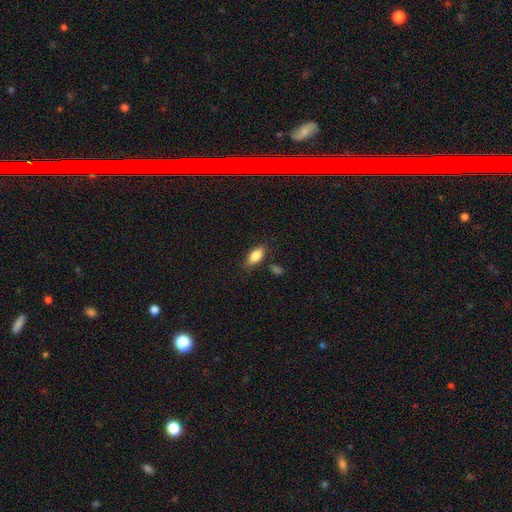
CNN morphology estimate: This appears to be a smooth galaxy with no disk features (83%) that is in between round and cigar-shaped (87%). Merging: none (77%).